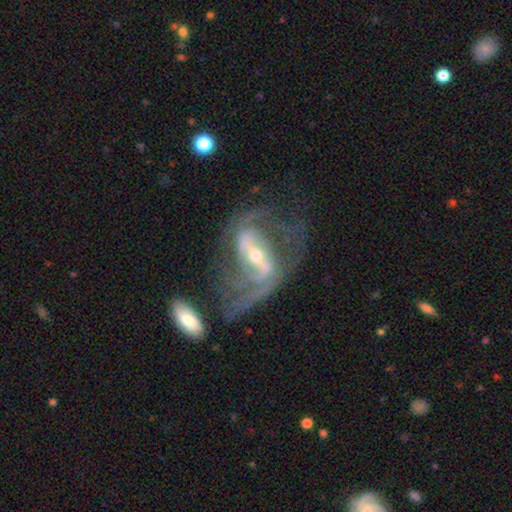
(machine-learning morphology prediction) A featured or disk galaxy (88%) with a strong bar (60%), 2 (75%) medium (46%) spiral arms (92%) and a small central bulge (55%). Merging: none (44%).